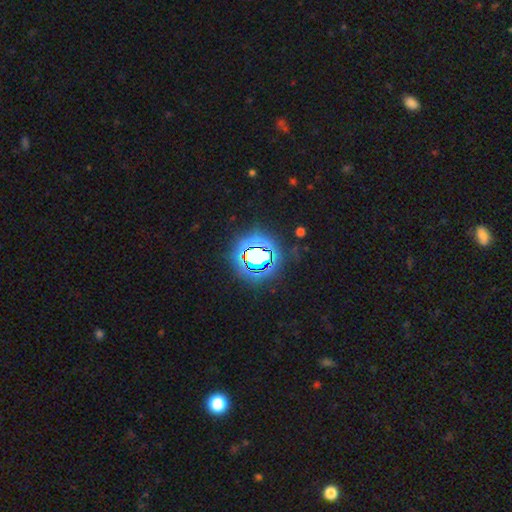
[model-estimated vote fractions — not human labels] Overall: star or artifact (69%).